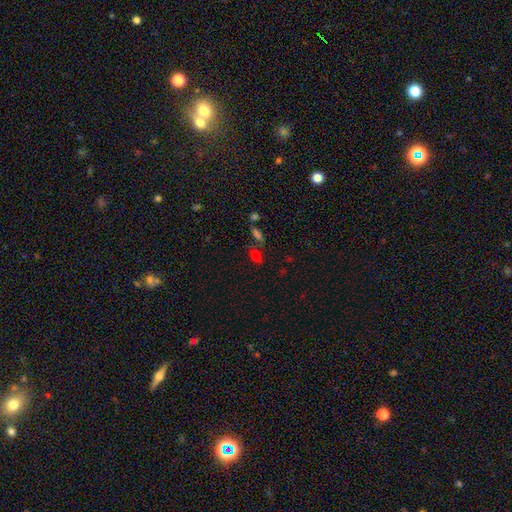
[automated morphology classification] A smooth galaxy with no disk features (65%) that is in between round and cigar-shaped (78%). Merging: none (60%).